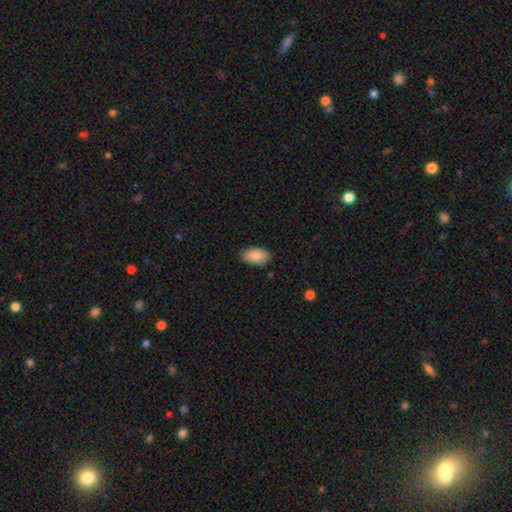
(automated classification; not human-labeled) Overall: smooth (88%). How rounded: in between (94%). Merging: none (86%).